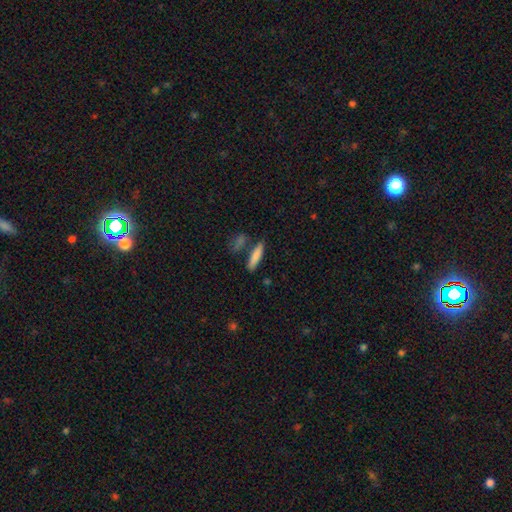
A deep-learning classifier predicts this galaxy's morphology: A smooth galaxy with no disk features (82%) that is cigar-shaped (78%).

Vote fractions:
- Smooth or featured? smooth: 82% / featured or disk: 12% / star or artifact: 6%
- How rounded? cigar-shaped: 78% / in between: 19% / round: 2%
- Merging? none: 73% / minor disturbance: 12% / merger: 12% / major disturbance: 4%